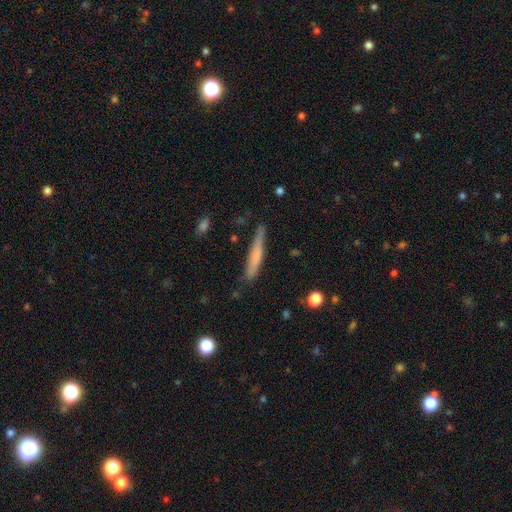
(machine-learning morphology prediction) Smooth or featured?
  - smooth: 64% *
  - featured or disk: 30%
  - star or artifact: 6%
How rounded?
  - cigar-shaped: 94% *
  - in between: 5%
  - round: 1%
Merging?
  - none: 77% *
  - minor disturbance: 18%
  - major disturbance: 3%
  - merger: 2%